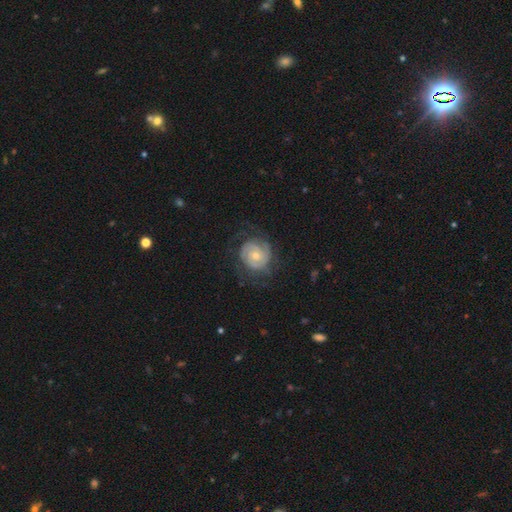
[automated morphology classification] smooth-or-featured: featured or disk: 78% | smooth: 16% | star or artifact: 6%
  disk-edge-on: no: 98% | yes: 2%
    bar: no: 73% | weak: 23% | strong: 4%
    has-spiral-arms: yes: 93% | no: 7%
      spiral-winding: tight: 67% | medium: 24% | loose: 8%
      spiral-arm-count: 2: 45% | can't tell: 27% | 3: 15% | 1: 5% | 4: 5% | more than 4: 4%
    bulge-size: moderate: 48% | small: 46% | large: 3% | none: 2% | dominant: 1%
  merging: none: 67% | minor disturbance: 18% | major disturbance: 14% | merger: 1%